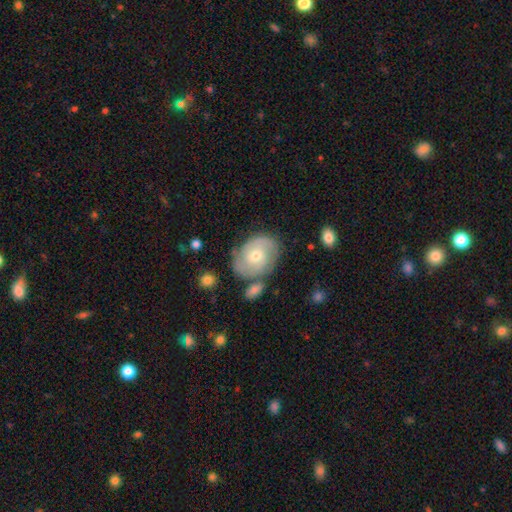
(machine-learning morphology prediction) Overall: featured or disk (69%). Edge-on disk: no (96%). Bar: no (68%). Spiral arms: yes (88%). Spiral arm count: 2 (66%). Spiral winding: tight (48%; medium 39%). Bulge size: moderate (52%; small 44%). Merging: none (69%).